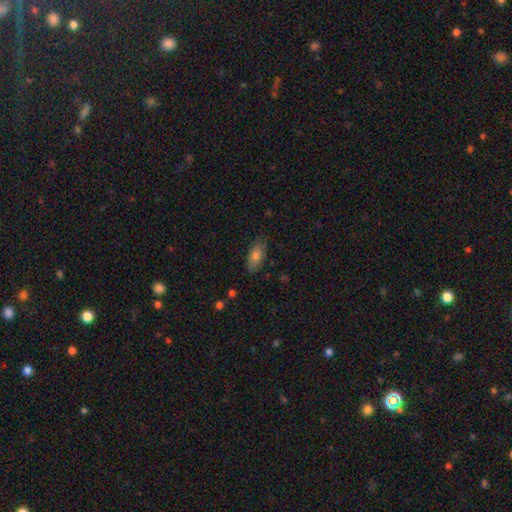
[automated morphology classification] This appears to be a smooth galaxy with no disk features (76%) that is in between round and cigar-shaped (84%). Merging: none (80%).